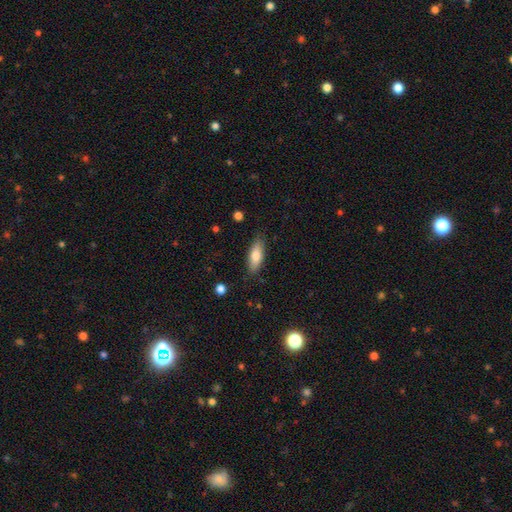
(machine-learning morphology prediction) type=smooth (78%); roundness=in between (66%); merging=none (84%).